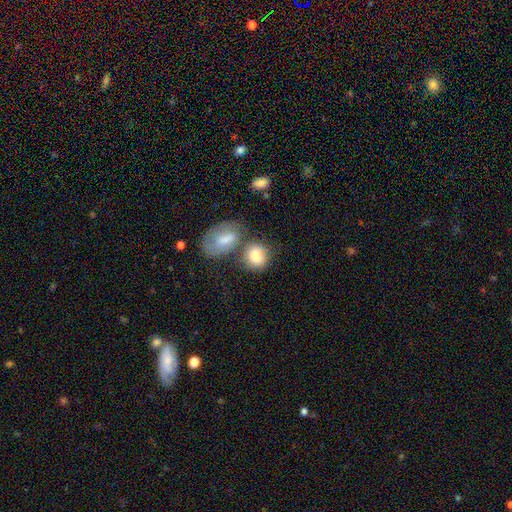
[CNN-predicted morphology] Q: Smooth or featured?
A: smooth (80%); runner-up: featured or disk (12%)
Q: How rounded?
A: round (66%); runner-up: in between (33%)
Q: Merging?
A: none (51%); runner-up: merger (31%)